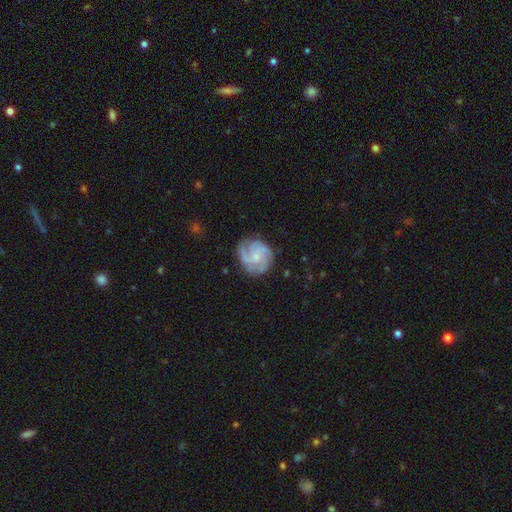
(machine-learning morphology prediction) A featured or disk galaxy (79%) with no bar (65%), 3 (48%) medium (46%) spiral arms (96%) and a small central bulge (50%).

Vote fractions:
- Smooth or featured? featured or disk: 79% / smooth: 15% / star or artifact: 6%
- Edge-on disk? no: 98% / yes: 2%
- Bar? no: 65% / weak: 31% / strong: 4%
- Spiral arms? yes: 96% / no: 4%
- Spiral winding? medium: 46% / tight: 41% / loose: 13%
- Spiral arm count? 3: 48% / 2: 18% / can't tell: 15% / 4: 10% / 1: 5% / more than 4: 5%
- Bulge size? small: 50% / moderate: 25% / none: 21% / large: 3% / dominant: 1%
- Merging? none: 76% / minor disturbance: 16% / major disturbance: 7% / merger: 1%